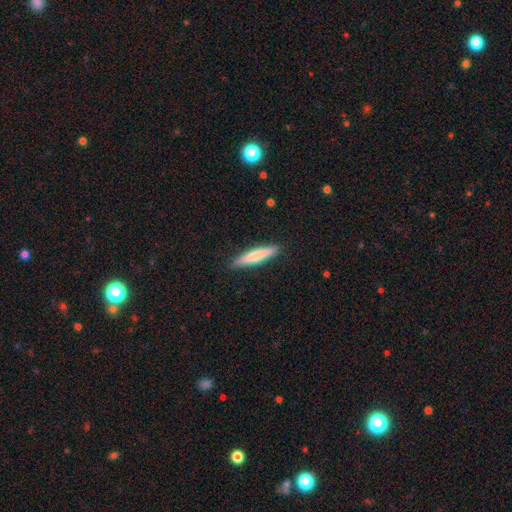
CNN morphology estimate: Smooth or featured? smooth (69%)
How rounded? cigar-shaped (88%)
Merging? none (90%)